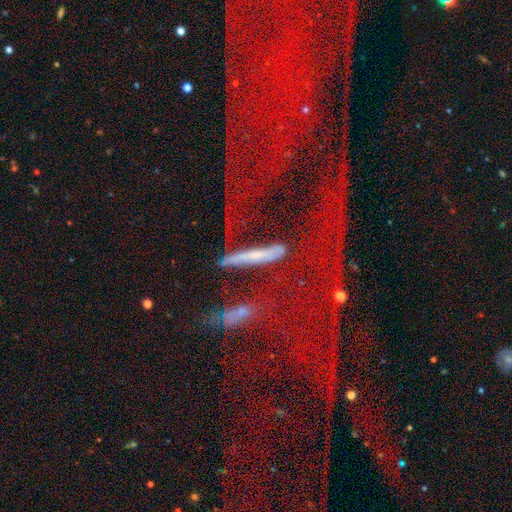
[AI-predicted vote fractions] Morphology: type=featured or disk (40%); merging=none (53%).